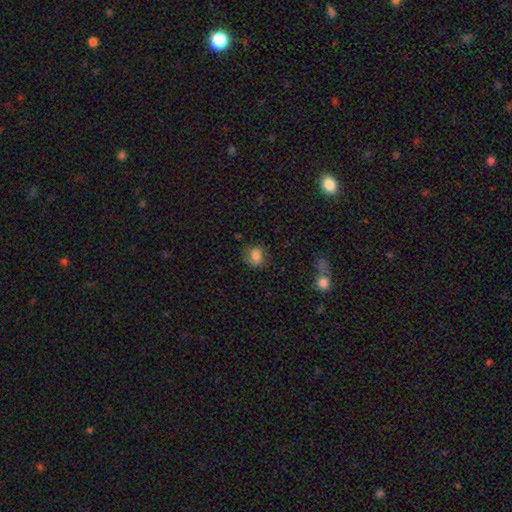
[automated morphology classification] A smooth galaxy with no disk features (77%) that is round (57%). Merging: none (74%).